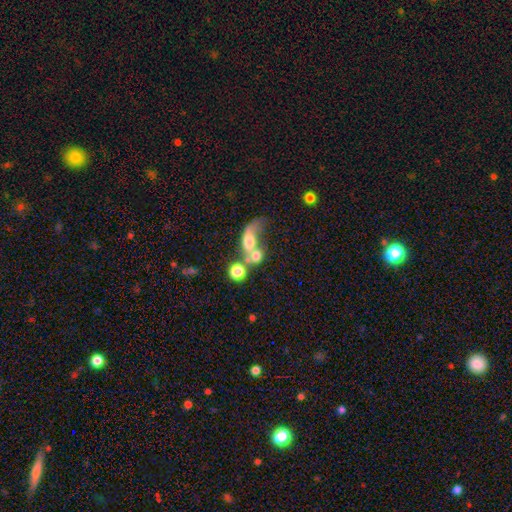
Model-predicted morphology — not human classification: type=smooth (56%); roundness=in between (55%); merging=merger (58%).